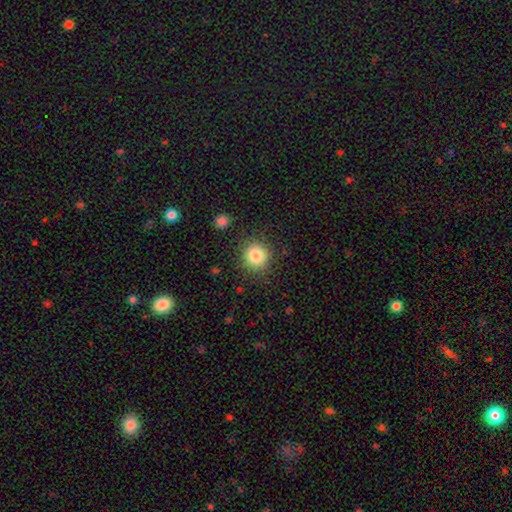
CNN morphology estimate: smooth-or-featured: smooth: 83% | star or artifact: 10% | featured or disk: 6%
  how-rounded: round: 92% | in between: 7% | cigar-shaped: 1%
  merging: none: 86% | minor disturbance: 9% | major disturbance: 3% | merger: 2%